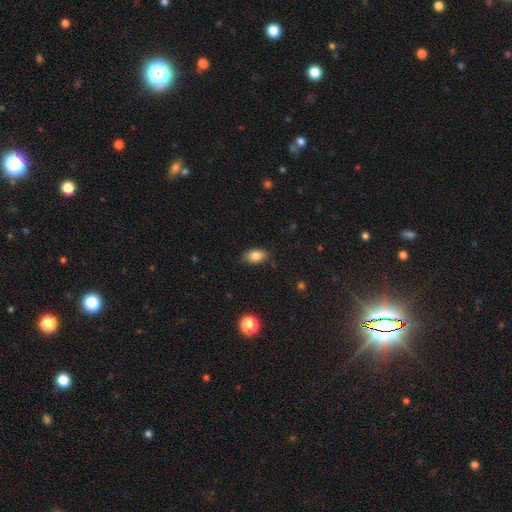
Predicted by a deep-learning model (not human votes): smooth 81%, featured or disk 11%, star or artifact 9%. Down the decision tree: how rounded — in between (87%); merging — none (81%).